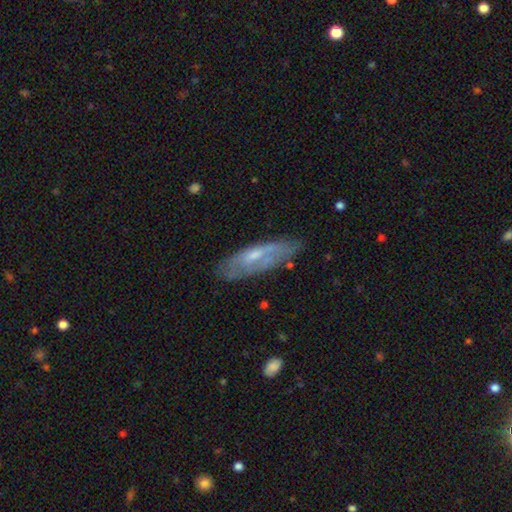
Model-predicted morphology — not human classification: smooth-or-featured: featured or disk: 52% | smooth: 42% | star or artifact: 6%
  disk-edge-on: no: 67% | yes: 33%
  merging: none: 65% | minor disturbance: 24% | major disturbance: 9% | merger: 3%